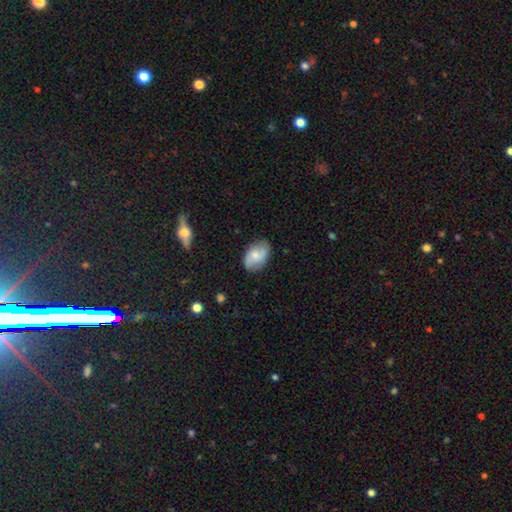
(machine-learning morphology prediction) A smooth galaxy with no disk features (60%) that is in between round and cigar-shaped (88%).

Vote fractions:
- Smooth or featured? smooth: 60% / featured or disk: 33% / star or artifact: 7%
- How rounded? in between: 88% / round: 10% / cigar-shaped: 2%
- Merging? none: 79% / minor disturbance: 16% / major disturbance: 3% / merger: 1%